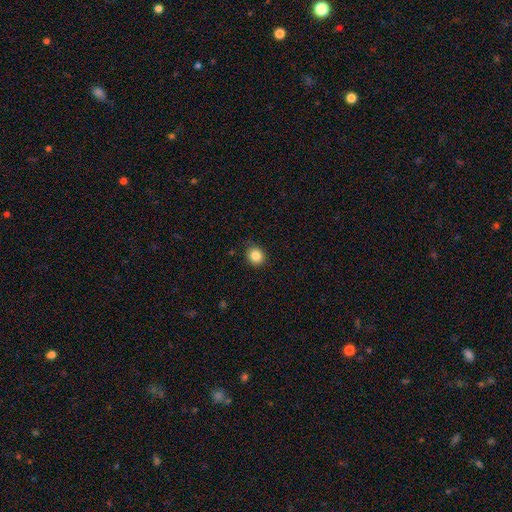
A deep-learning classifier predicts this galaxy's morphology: Smooth or featured: smooth — 86% (star or artifact — 10%)
How rounded: round — 76% (in between — 23%)
Merging: none — 87% (minor disturbance — 10%)